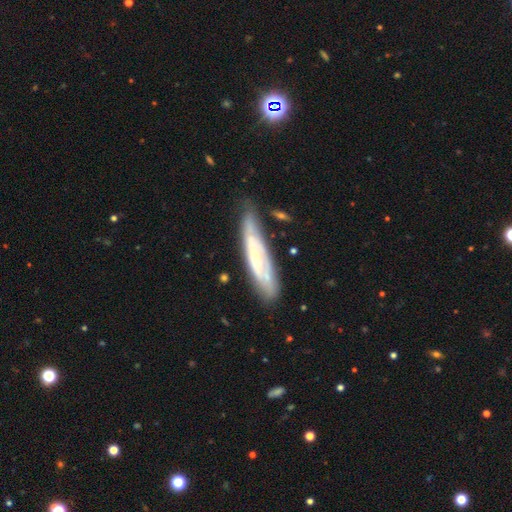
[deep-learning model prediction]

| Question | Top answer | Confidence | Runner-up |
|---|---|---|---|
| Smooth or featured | featured or disk | 71% | smooth (24%) |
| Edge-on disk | no | 64% | yes (36%) |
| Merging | none | 69% | minor disturbance (22%) |